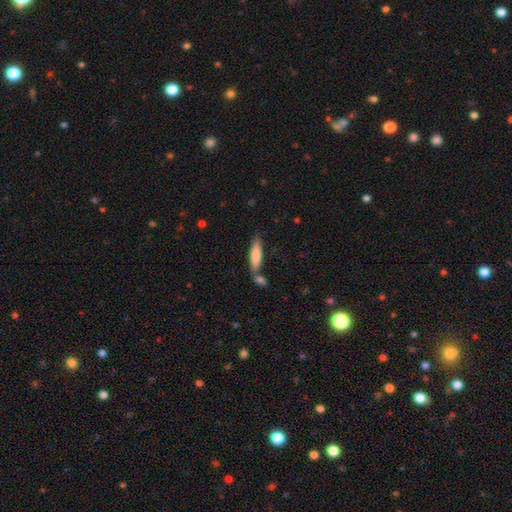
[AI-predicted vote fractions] Q: Smooth or featured?
A: smooth (79%); runner-up: featured or disk (15%)
Q: How rounded?
A: cigar-shaped (69%); runner-up: in between (29%)
Q: Merging?
A: none (59%); runner-up: merger (23%)